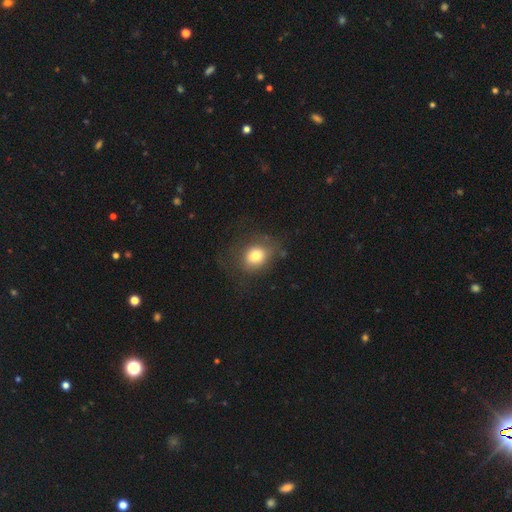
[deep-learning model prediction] Morphology: type=smooth (77%); roundness=round (67%); merging=none (67%).